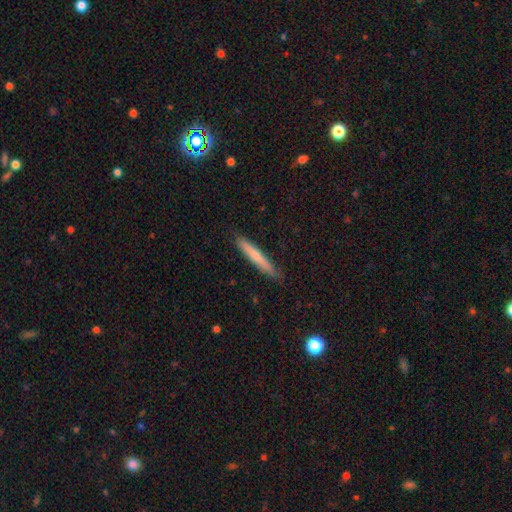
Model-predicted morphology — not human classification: smooth 67%, featured or disk 27%, star or artifact 6%. Down the decision tree: how rounded — cigar-shaped (95%); merging — none (88%).